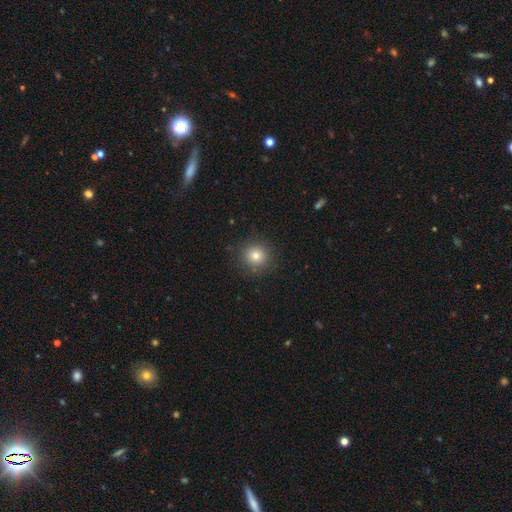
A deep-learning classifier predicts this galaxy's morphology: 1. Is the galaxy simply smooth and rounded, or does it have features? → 78% smooth, 13% star or artifact, 9% featured or disk.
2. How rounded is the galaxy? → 92% round, 7% in between, 1% cigar-shaped.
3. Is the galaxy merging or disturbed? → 88% none, 8% minor disturbance, 3% major disturbance, 1% merger.